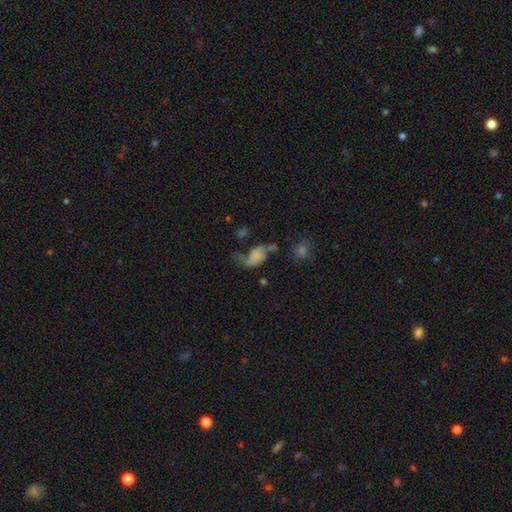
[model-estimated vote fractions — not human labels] Smooth or featured?
  - smooth: 50% *
  - featured or disk: 36%
  - star or artifact: 13%
How rounded?
  - in between: 84% *
  - round: 13%
  - cigar-shaped: 3%
Merging?
  - major disturbance: 39% *
  - none: 24%
  - merger: 19%
  - minor disturbance: 19%